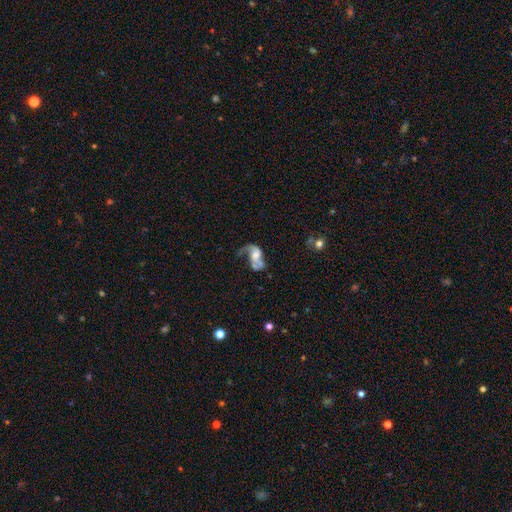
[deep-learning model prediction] smooth_or_featured: featured or disk (p=0.65) [alt: smooth p=0.26]
disk_edge_on: no (p=0.96) [alt: yes p=0.04]
bar: no (p=0.67) [alt: weak p=0.25]
has_spiral_arms: yes (p=0.71) [alt: no p=0.29]
bulge_size: moderate (p=0.38) [alt: large p=0.21]
merging: major disturbance (p=0.37) [alt: merger p=0.28]